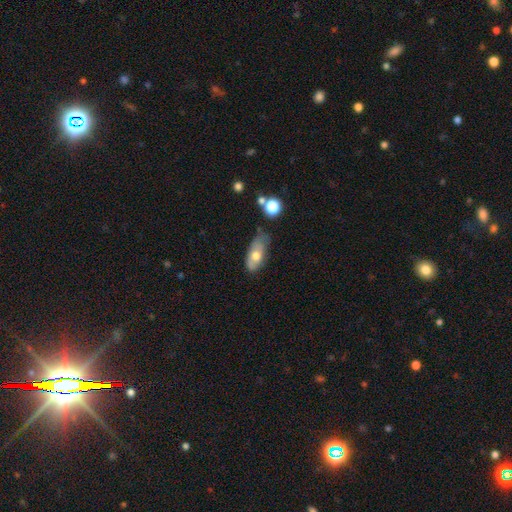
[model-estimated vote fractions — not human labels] Smooth or featured? Predicted: smooth (p=0.65). How rounded? Predicted: in between (p=0.84). Merging? Predicted: none (p=0.43).